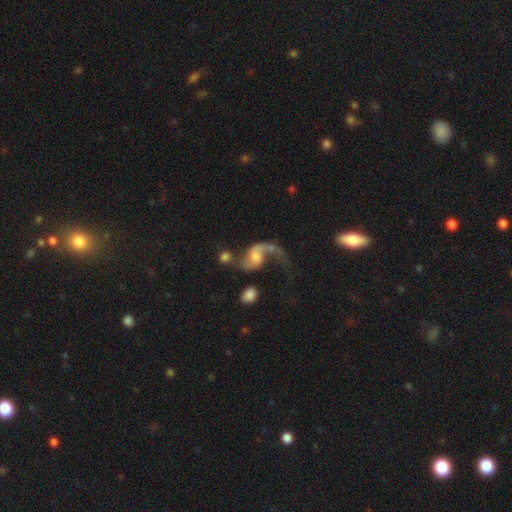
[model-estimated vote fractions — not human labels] This is clearly a featured or disk galaxy (85%). It is clearly not viewed edge-on (97%). Bar: possibly no (53%). Spiral arm pattern: clearly yes (95%). Spiral arm count: clearly 2 (80%). Spiral winding: clearly loose (84%). Central bulge: marginally moderate (43%). Merging: marginally none (45%).